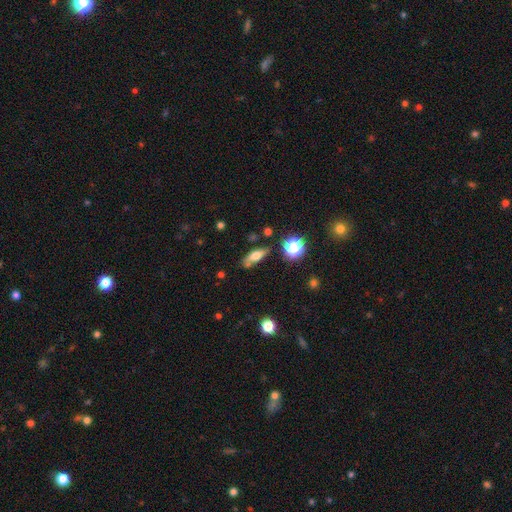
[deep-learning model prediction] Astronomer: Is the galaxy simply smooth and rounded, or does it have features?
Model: smooth — 61%.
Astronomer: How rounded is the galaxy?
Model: in between — 57% (runner-up: cigar-shaped, 36%).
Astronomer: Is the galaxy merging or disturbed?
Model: none — 70%.